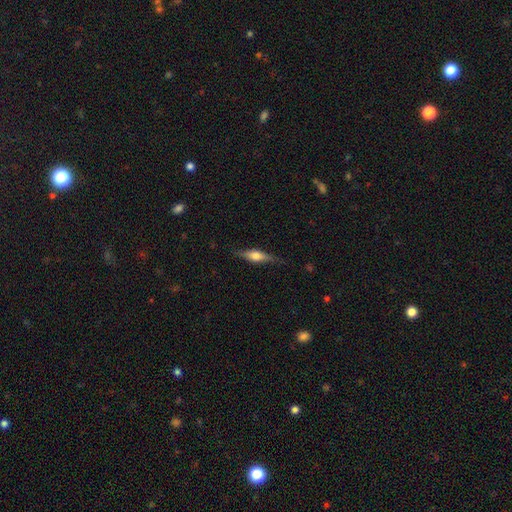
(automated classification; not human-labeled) This appears to be a featured or disk galaxy (59%) viewed edge-on (95%) with a rounded central bulge (88%). Merging: none (82%).